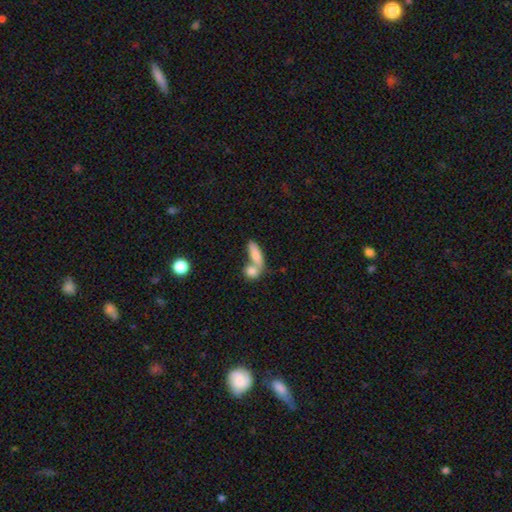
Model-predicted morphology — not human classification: A smooth galaxy with no disk features (79%) that is in between round and cigar-shaped (61%). Merging: merger (57%).